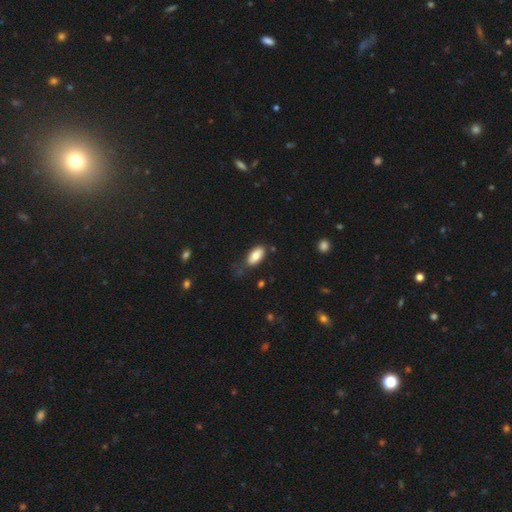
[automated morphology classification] A smooth galaxy with no disk features (83%) that is in between round and cigar-shaped (91%).

Vote fractions:
- Smooth or featured? smooth: 83% / featured or disk: 11% / star or artifact: 7%
- How rounded? in between: 91% / cigar-shaped: 7% / round: 2%
- Merging? none: 67% / minor disturbance: 23% / major disturbance: 6% / merger: 3%